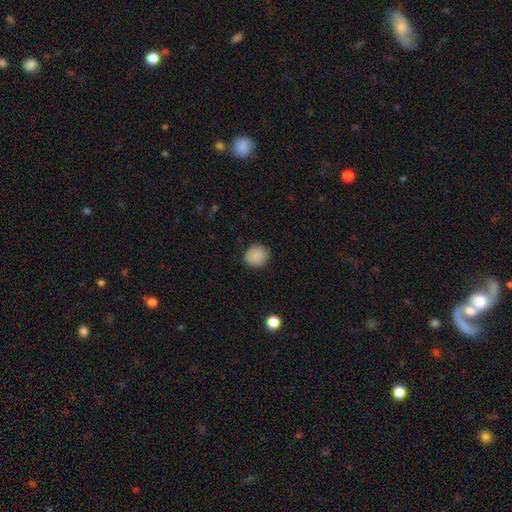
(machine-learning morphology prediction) smooth_or_featured: smooth (p=0.87) [alt: star or artifact p=0.08]
how_rounded: round (p=0.78) [alt: in between p=0.21]
merging: none (p=0.81) [alt: minor disturbance p=0.15]